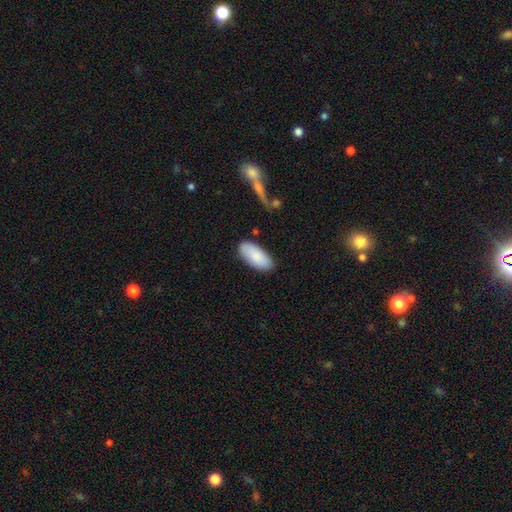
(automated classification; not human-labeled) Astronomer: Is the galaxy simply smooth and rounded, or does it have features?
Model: smooth — 85%.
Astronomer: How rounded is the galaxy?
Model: in between — 91%.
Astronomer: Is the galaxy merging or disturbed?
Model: none — 82%.